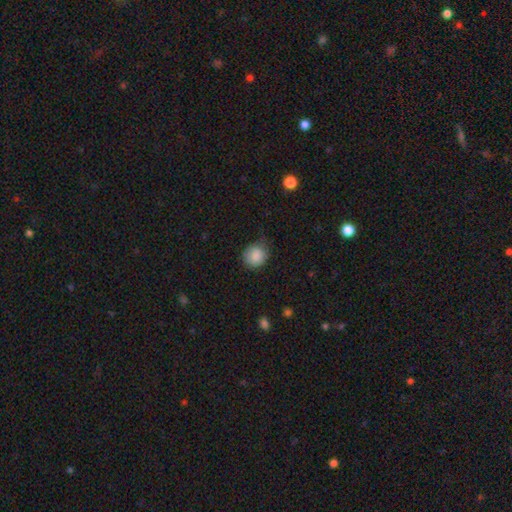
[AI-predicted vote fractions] Smooth or featured?
  - smooth: 87% *
  - star or artifact: 8%
  - featured or disk: 5%
How rounded?
  - round: 80% *
  - in between: 19%
  - cigar-shaped: 1%
Merging?
  - none: 63% *
  - minor disturbance: 28%
  - major disturbance: 7%
  - merger: 1%